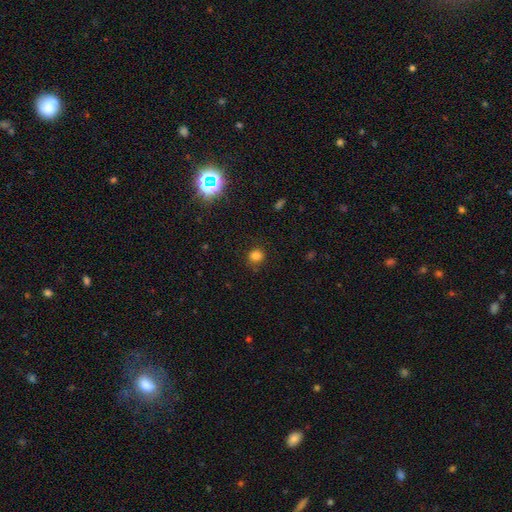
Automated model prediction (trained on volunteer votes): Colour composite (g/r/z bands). It shows a smooth galaxy with no disk features (80%) that is round (86%). Merging: none (81%).